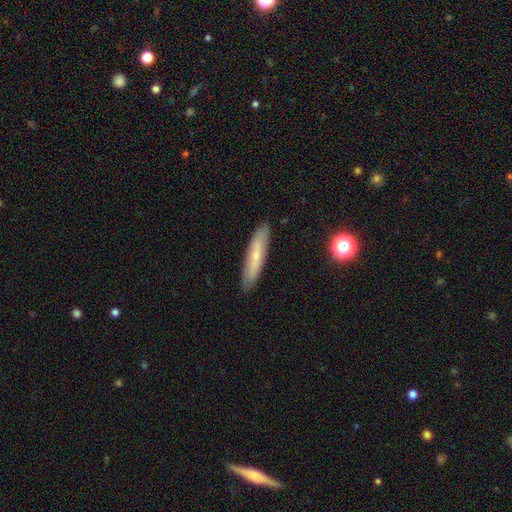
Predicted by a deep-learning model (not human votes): smooth_or_featured: smooth (p=0.59) [alt: featured or disk p=0.34]
how_rounded: cigar-shaped (p=0.85) [alt: in between p=0.14]
merging: none (p=0.87) [alt: minor disturbance p=0.10]